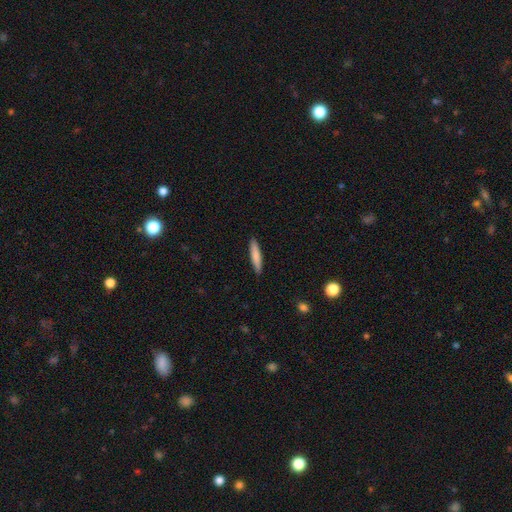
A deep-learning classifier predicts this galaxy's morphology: Overall: smooth (79%). How rounded: cigar-shaped (89%). Merging: none (90%).